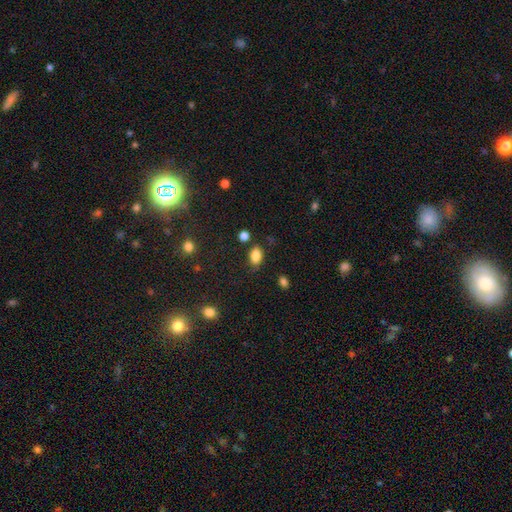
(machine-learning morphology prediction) This appears to be a smooth galaxy with no disk features (84%) that is in between round and cigar-shaped (86%). Merging: none (77%).